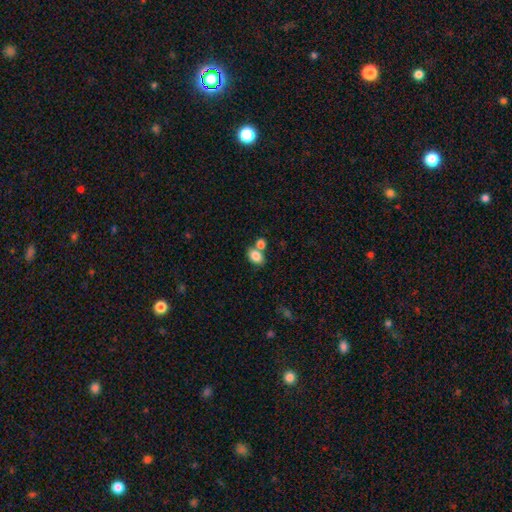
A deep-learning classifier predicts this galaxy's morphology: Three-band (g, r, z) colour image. It shows a smooth galaxy with no disk features (83%) that is in between round and cigar-shaped (77%). Merging: none (45%).